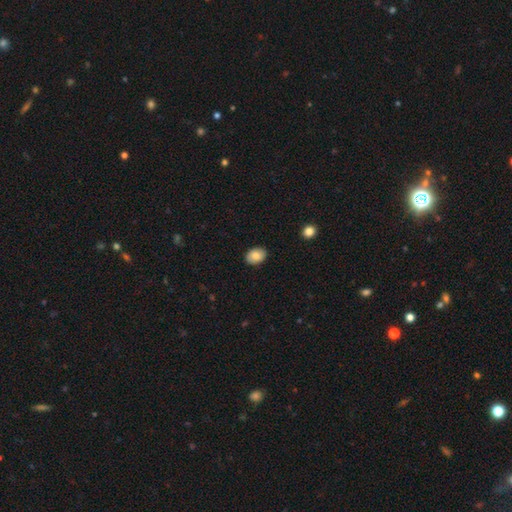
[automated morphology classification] Smooth or featured: smooth — 83% (featured or disk — 10%)
How rounded: in between — 76% (round — 23%)
Merging: none — 88% (minor disturbance — 9%)